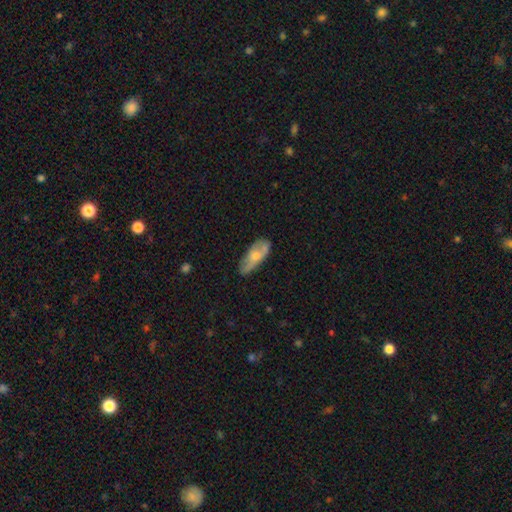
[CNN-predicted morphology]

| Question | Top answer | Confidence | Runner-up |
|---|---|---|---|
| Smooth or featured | smooth | 51% | featured or disk (42%) |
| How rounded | in between | 69% | cigar-shaped (28%) |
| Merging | none | 67% | minor disturbance (25%) |